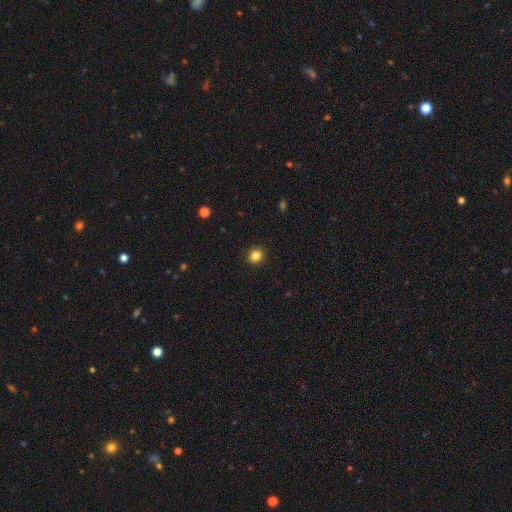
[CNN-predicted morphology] A smooth galaxy with no disk features (85%) that is round (87%). Merging: none (92%).